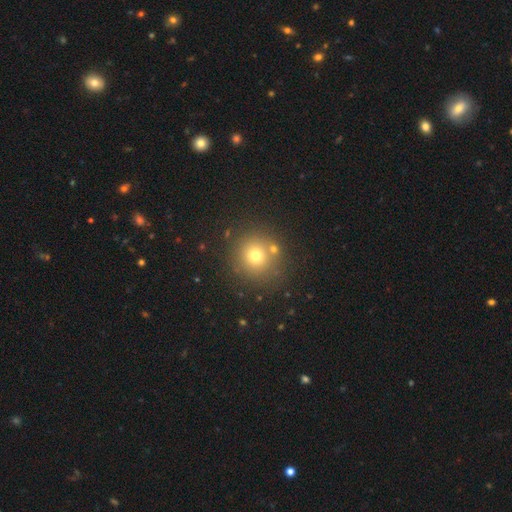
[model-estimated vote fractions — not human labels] A smooth galaxy with no disk features (71%) that is round (92%).

Vote fractions:
- Smooth or featured? smooth: 71% / star or artifact: 18% / featured or disk: 11%
- How rounded? round: 92% / in between: 7% / cigar-shaped: 1%
- Merging? none: 81% / merger: 8% / minor disturbance: 8% / major disturbance: 3%